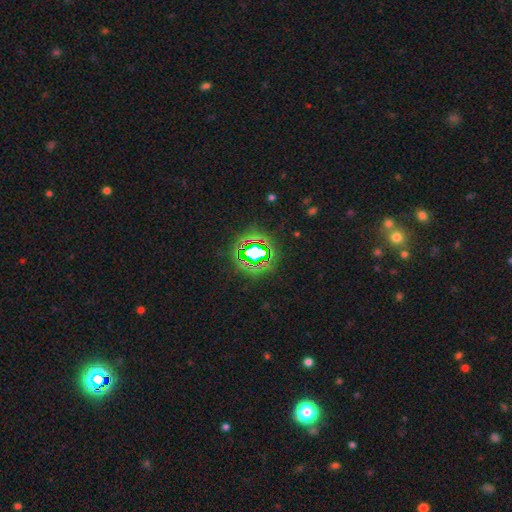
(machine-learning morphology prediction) Smooth or featured? Predicted: star or artifact (p=0.72).